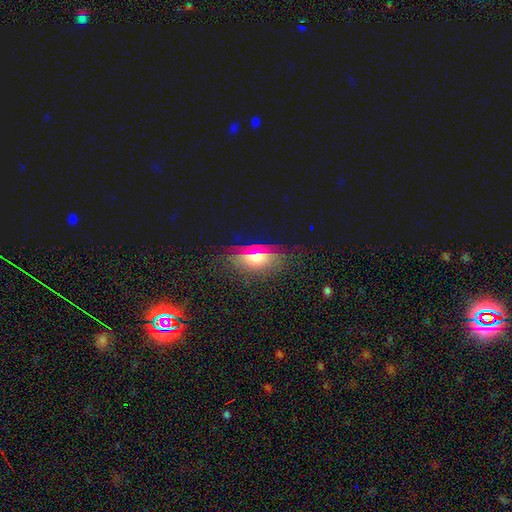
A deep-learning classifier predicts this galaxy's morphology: smooth-or-featured: smooth: 57% | star or artifact: 22% | featured or disk: 22%
  how-rounded: in between: 81% | round: 10% | cigar-shaped: 8%
  merging: none: 81% | minor disturbance: 13% | major disturbance: 4% | merger: 2%